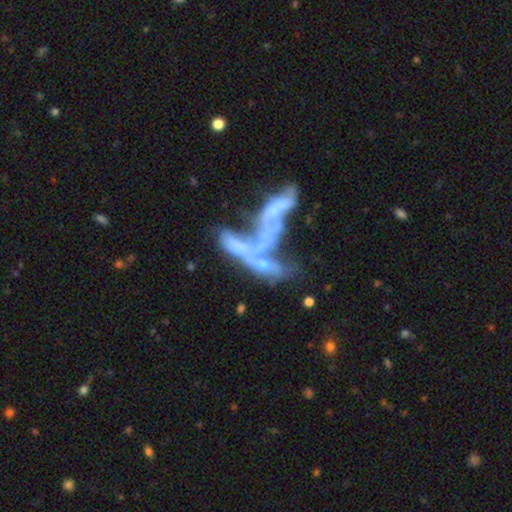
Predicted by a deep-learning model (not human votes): Smooth or featured? featured or disk (62%)
Edge-on disk? no (83%)
Bar? no (83%)
Spiral arms? no (76%)
Bulge size? none (61%)
Merging? merger (69%)